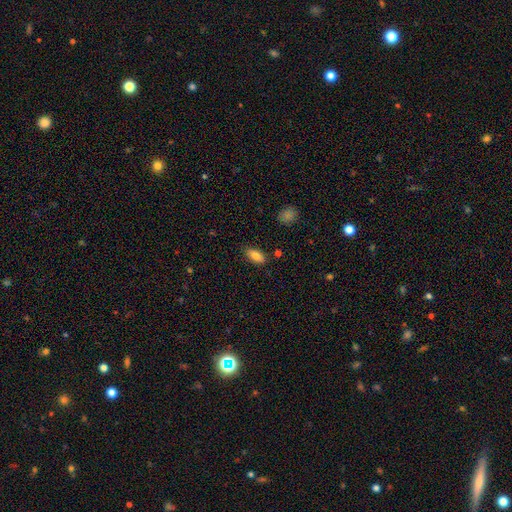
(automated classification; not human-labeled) Q: Smooth or featured?
A: smooth (82%); runner-up: featured or disk (10%)
Q: How rounded?
A: in between (89%); runner-up: cigar-shaped (8%)
Q: Merging?
A: none (83%); runner-up: minor disturbance (12%)